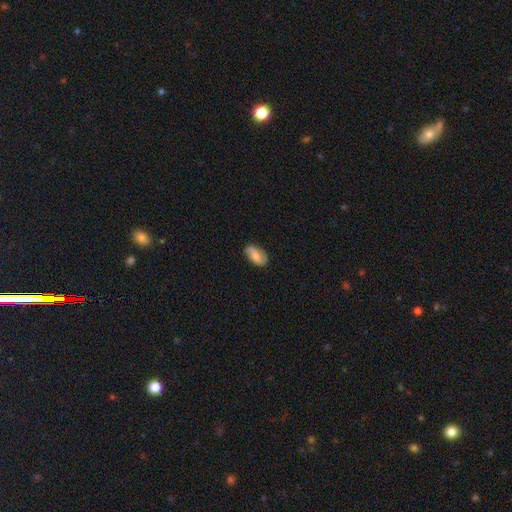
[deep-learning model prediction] Q: Smooth or featured?
A: smooth (64%); runner-up: featured or disk (29%)
Q: How rounded?
A: in between (91%); runner-up: cigar-shaped (5%)
Q: Merging?
A: none (76%); runner-up: minor disturbance (19%)